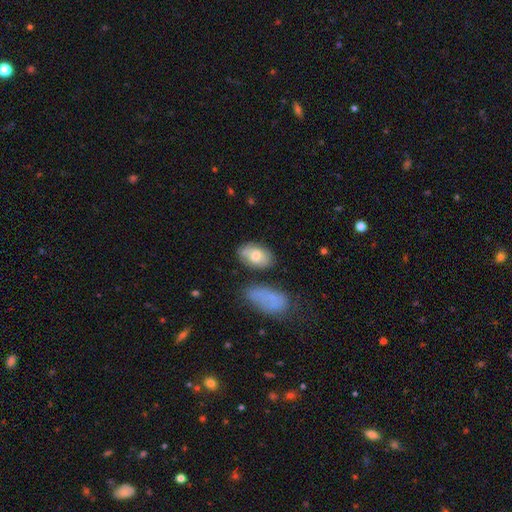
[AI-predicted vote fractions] Smooth or featured: smooth — 69% (featured or disk — 25%)
How rounded: in between — 91% (round — 7%)
Merging: none — 63% (minor disturbance — 21%)